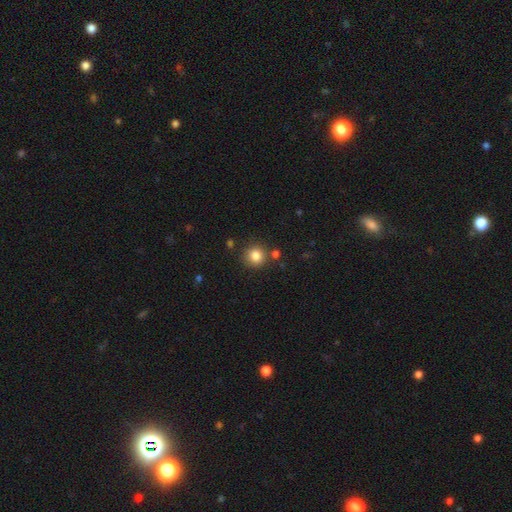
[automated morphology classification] smooth_or_featured: smooth (p=0.83) [alt: star or artifact p=0.11]
how_rounded: round (p=0.91) [alt: in between p=0.08]
merging: none (p=0.82) [alt: minor disturbance p=0.09]